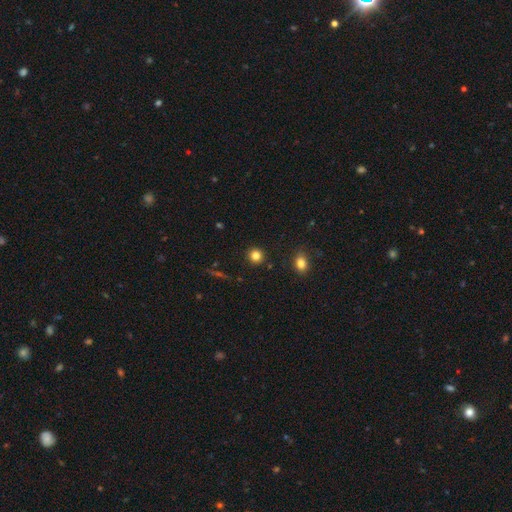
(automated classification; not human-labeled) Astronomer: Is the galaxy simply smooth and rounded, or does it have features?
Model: smooth — 82%.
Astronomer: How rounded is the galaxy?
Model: round — 91%.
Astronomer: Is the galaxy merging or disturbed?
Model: none — 91%.